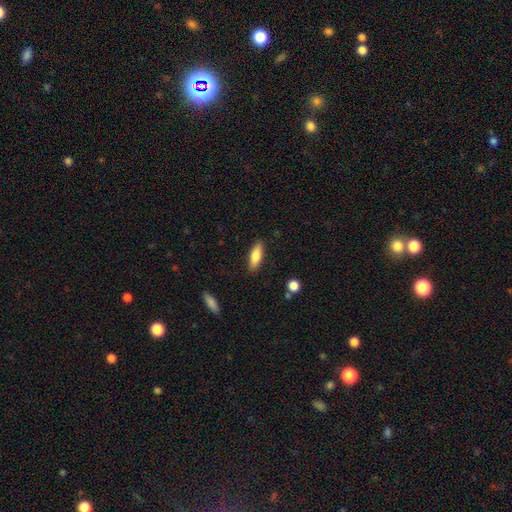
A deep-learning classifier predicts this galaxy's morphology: smooth-or-featured: smooth: 79% | featured or disk: 15% | star or artifact: 6%
  how-rounded: in between: 63% | cigar-shaped: 35% | round: 2%
  merging: none: 87% | minor disturbance: 9% | major disturbance: 2% | merger: 1%